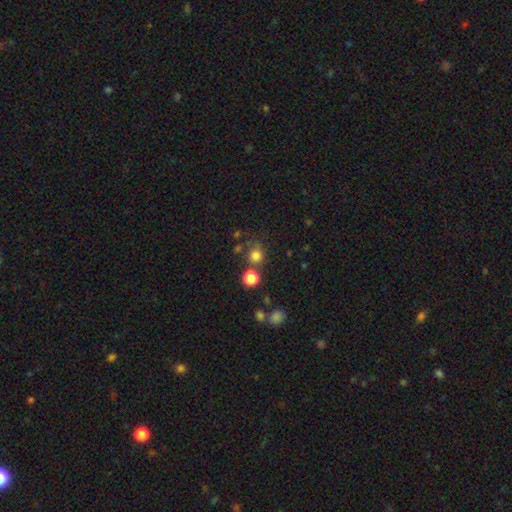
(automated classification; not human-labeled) Smooth or featured: smooth — 78% (star or artifact — 16%)
How rounded: round — 87% (in between — 12%)
Merging: none — 66% (merger — 17%)